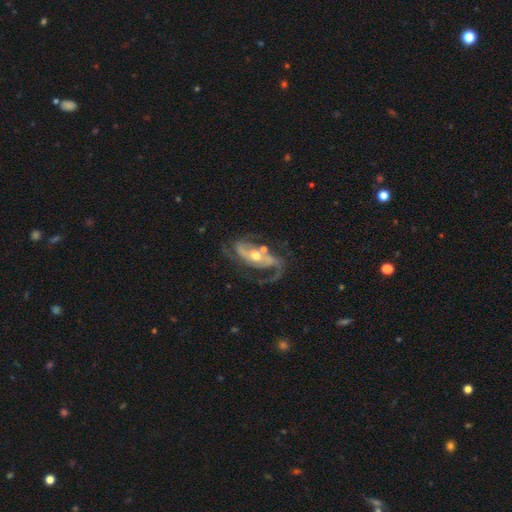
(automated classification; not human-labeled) Smooth or featured? featured or disk (88%)
Edge-on disk? no (95%)
Bar? no (44%)
Spiral arms? yes (95%)
Spiral winding? medium (47%)
Spiral arm count? 2 (69%)
Bulge size? moderate (59%)
Merging? none (51%)